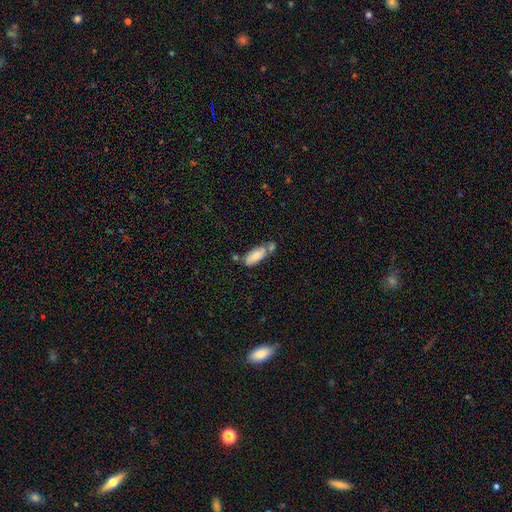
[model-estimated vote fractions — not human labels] This appears to be a smooth galaxy with no disk features (78%) that is in between round and cigar-shaped (78%). Merging: none (43%).